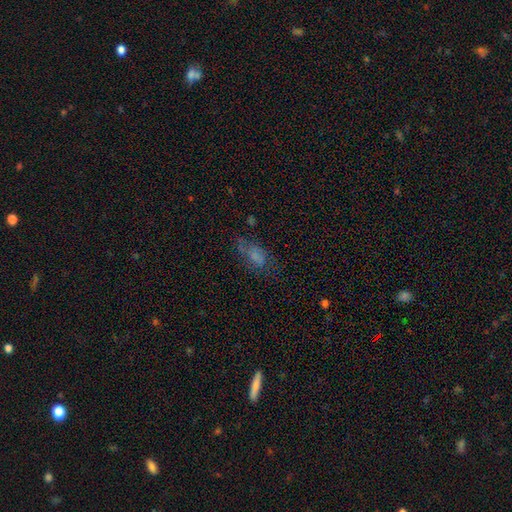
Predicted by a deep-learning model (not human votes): This appears to be a smooth galaxy with no disk features (52%) that is in between round and cigar-shaped (84%). Merging: none (52%).